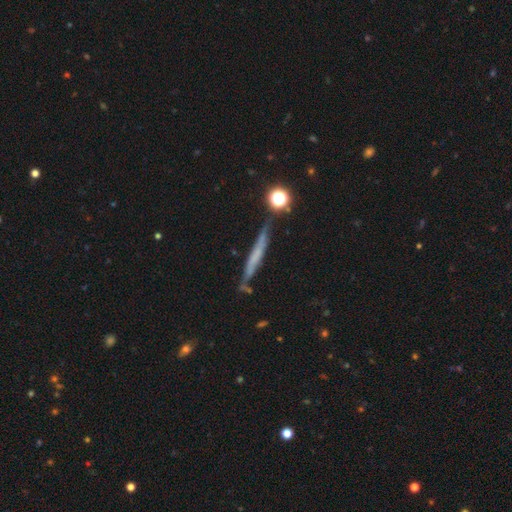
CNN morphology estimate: A featured or disk galaxy (48%).

Vote fractions:
- Smooth or featured? featured or disk: 48% / smooth: 41% / star or artifact: 10%
- Merging? none: 72% / minor disturbance: 17% / merger: 6% / major disturbance: 5%